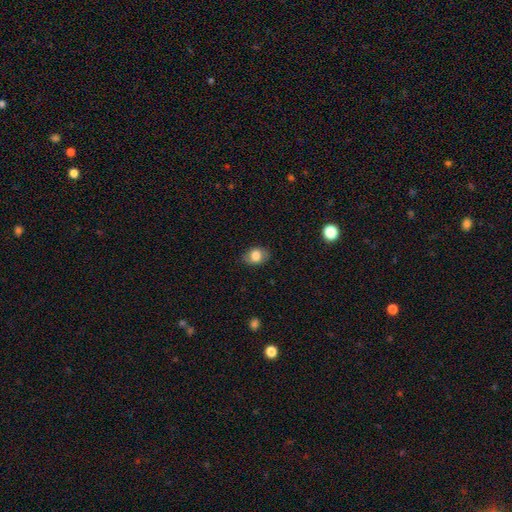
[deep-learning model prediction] This appears to be a smooth galaxy with no disk features (80%) that is in between round and cigar-shaped (67%). Merging: none (81%).